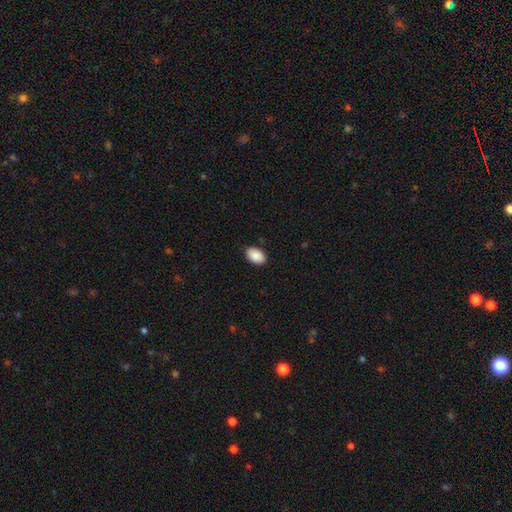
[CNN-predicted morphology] Smooth or featured: smooth — 90% (star or artifact — 6%)
How rounded: in between — 90% (round — 9%)
Merging: none — 86% (minor disturbance — 11%)